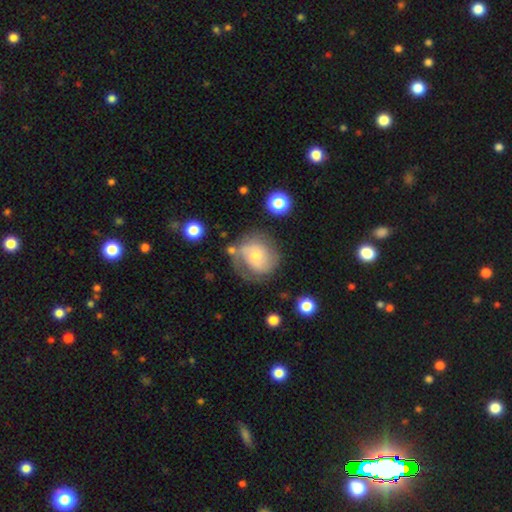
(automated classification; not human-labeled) The model was most divided on "bulge size": moderate: 52%, small: 40%, large: 4%, none: 2%, dominant: 1%. More confident: edge-on disk — no (97%); spiral arms — yes (82%); bar — no (67%); smooth or featured — featured or disk (62%); merging — none (57%).